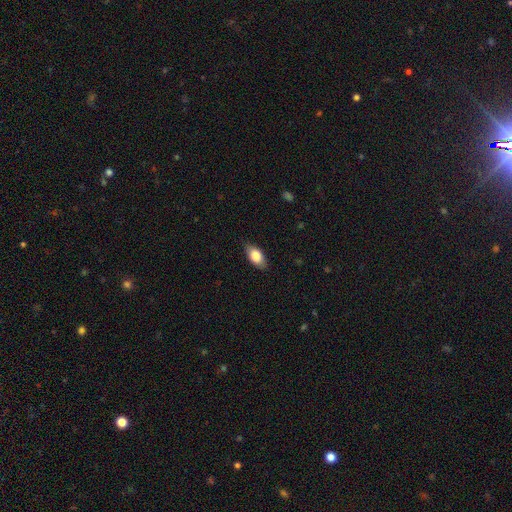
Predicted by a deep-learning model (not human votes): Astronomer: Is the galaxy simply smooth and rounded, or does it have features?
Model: smooth — 81%.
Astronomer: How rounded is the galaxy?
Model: in between — 90%.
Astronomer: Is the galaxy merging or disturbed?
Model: none — 83%.